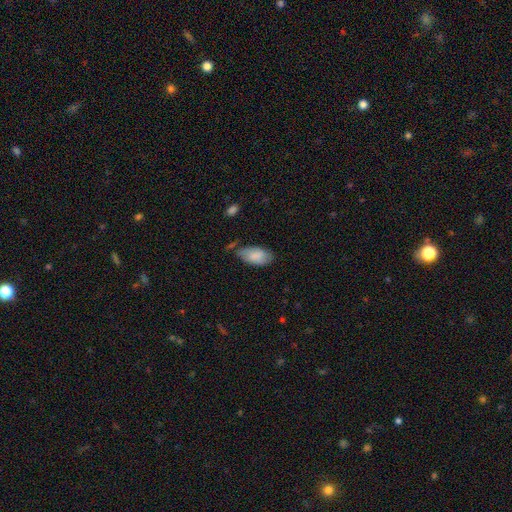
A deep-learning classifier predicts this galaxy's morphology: Smooth or featured?
  - smooth: 82% *
  - featured or disk: 12%
  - star or artifact: 6%
How rounded?
  - in between: 94% *
  - cigar-shaped: 3%
  - round: 2%
Merging?
  - none: 59% *
  - minor disturbance: 29%
  - major disturbance: 7%
  - merger: 5%